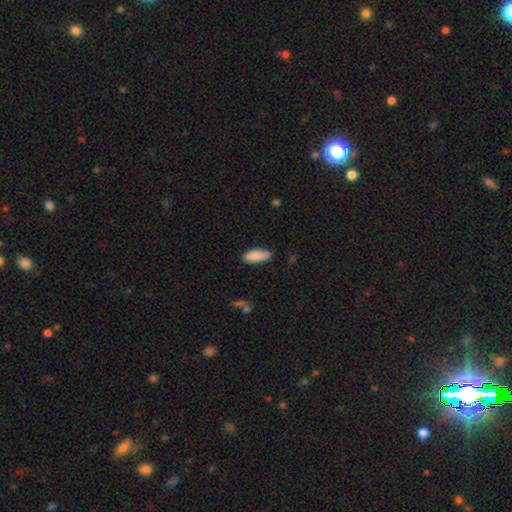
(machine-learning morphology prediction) smooth 88%, star or artifact 6%, featured or disk 5%. Down the decision tree: how rounded — in between (84%); merging — none (82%).